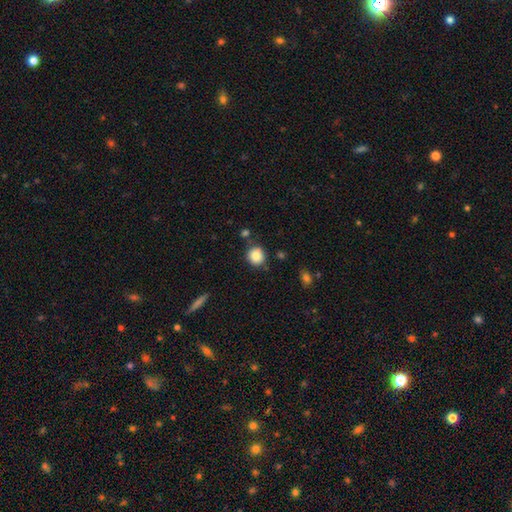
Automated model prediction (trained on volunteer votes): A smooth galaxy with no disk features (84%) that is round (89%). Merging: none (81%).